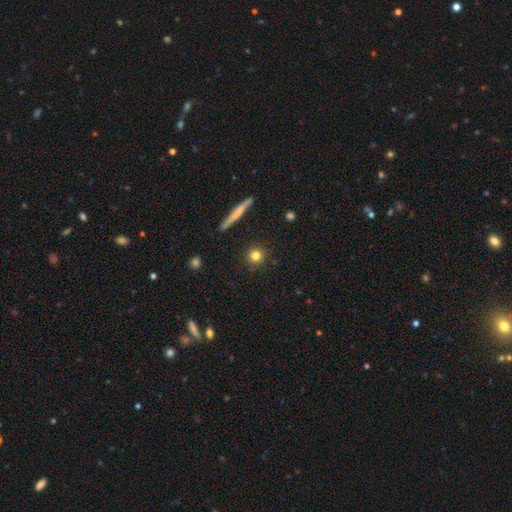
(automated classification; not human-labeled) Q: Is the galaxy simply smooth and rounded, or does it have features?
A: smooth — 79%.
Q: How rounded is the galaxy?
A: round — 91%.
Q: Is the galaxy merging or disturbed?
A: none — 89%.